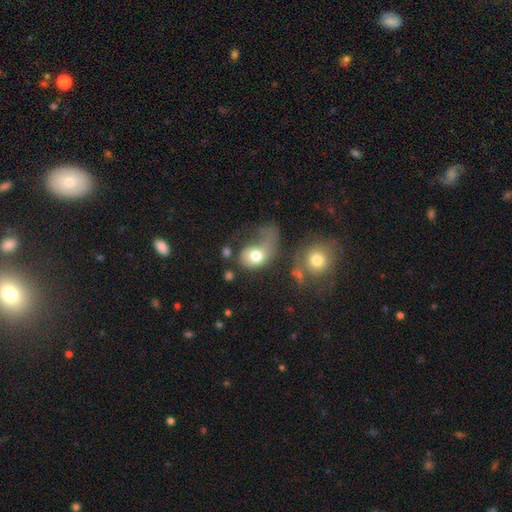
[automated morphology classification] Overall: smooth (67%). How rounded: in between (57%; round 42%). Merging: major disturbance (51%; merger 18%).